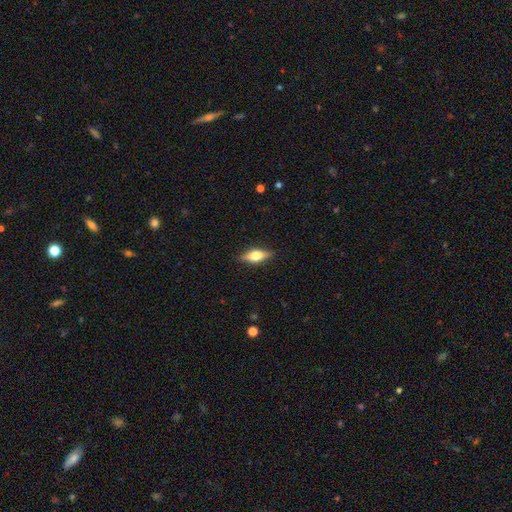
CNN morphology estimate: This is possibly a featured or disk galaxy (47%). Merging: clearly none (87%).